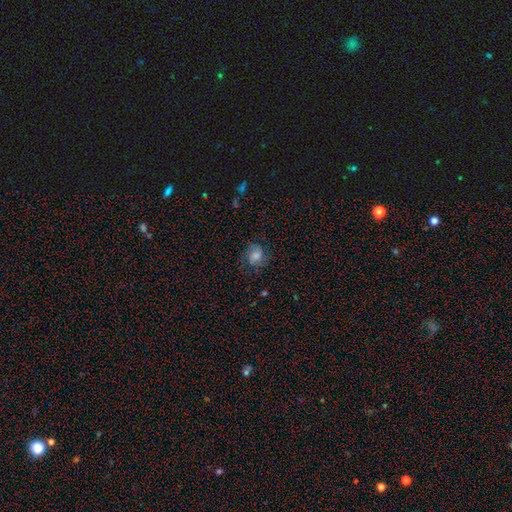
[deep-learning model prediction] smooth 56%, featured or disk 33%, star or artifact 10%. Down the decision tree: how rounded — round (65%); merging — none (68%).